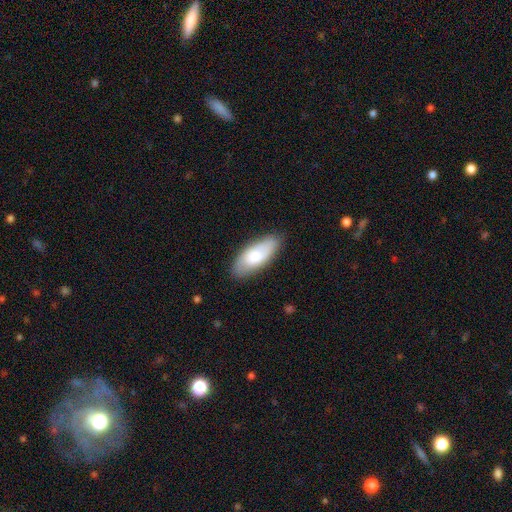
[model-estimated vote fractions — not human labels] A smooth galaxy with no disk features (71%) that is in between round and cigar-shaped (82%).

Vote fractions:
- Smooth or featured? smooth: 71% / featured or disk: 23% / star or artifact: 6%
- How rounded? in between: 82% / cigar-shaped: 16% / round: 2%
- Merging? none: 79% / minor disturbance: 16% / major disturbance: 3% / merger: 1%